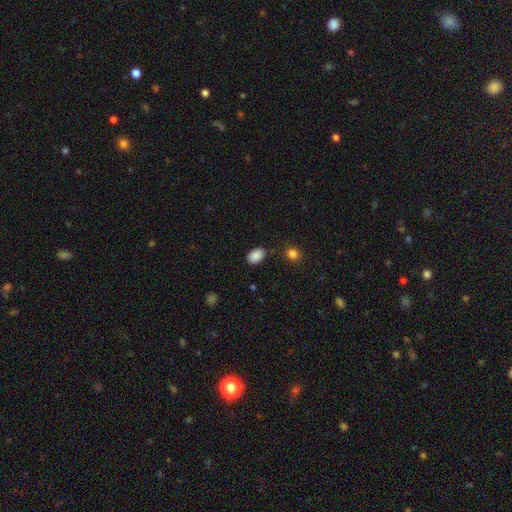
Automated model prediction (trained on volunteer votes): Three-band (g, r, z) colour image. It shows a smooth galaxy with no disk features (88%) that is in between round and cigar-shaped (86%). Merging: none (82%).